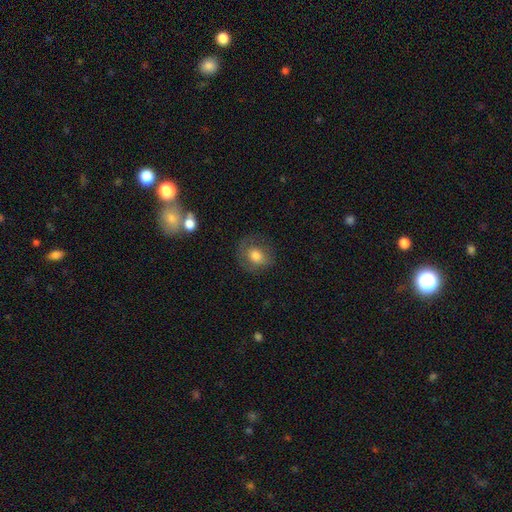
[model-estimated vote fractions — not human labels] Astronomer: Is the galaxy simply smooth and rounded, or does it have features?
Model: smooth — 71%.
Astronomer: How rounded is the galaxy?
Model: round — 61% (runner-up: in between, 38%).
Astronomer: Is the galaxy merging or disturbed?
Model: none — 66%.